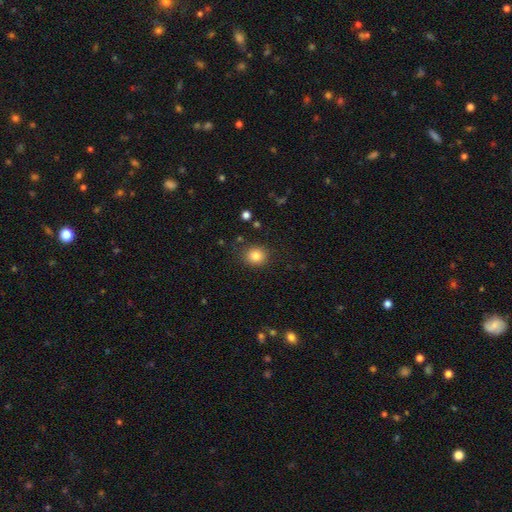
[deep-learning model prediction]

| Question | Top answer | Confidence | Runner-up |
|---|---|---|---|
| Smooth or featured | smooth | 83% | star or artifact (11%) |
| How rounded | round | 78% | in between (21%) |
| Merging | none | 86% | minor disturbance (9%) |